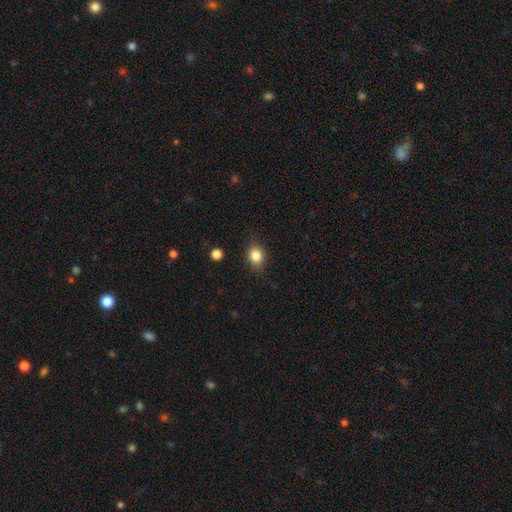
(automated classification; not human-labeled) Smooth or featured? smooth (83%)
How rounded? round (58%)
Merging? none (84%)